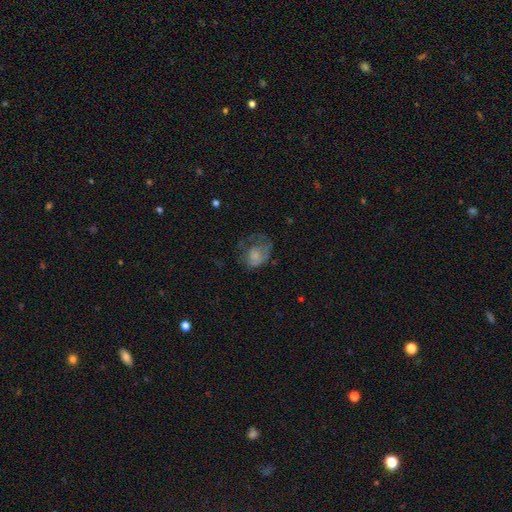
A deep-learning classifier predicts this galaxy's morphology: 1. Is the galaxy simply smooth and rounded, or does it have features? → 59% smooth, 30% featured or disk, 11% star or artifact.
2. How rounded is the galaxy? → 61% in between, 38% round, 1% cigar-shaped.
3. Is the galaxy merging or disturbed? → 45% major disturbance, 27% none, 26% minor disturbance, 2% merger.